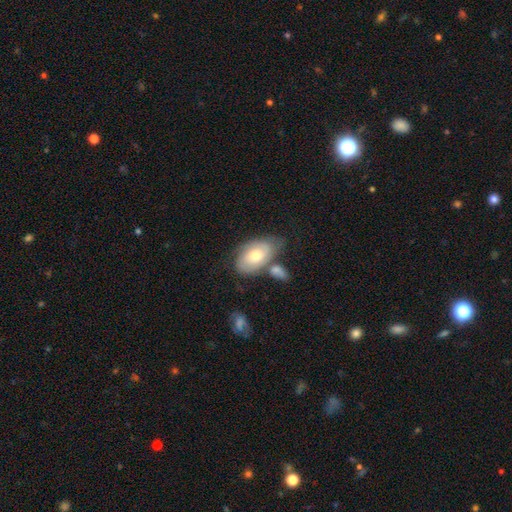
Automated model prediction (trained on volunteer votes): This is possibly a smooth galaxy (50%). How rounded: clearly in between (89%). Merging: possibly none (48%).